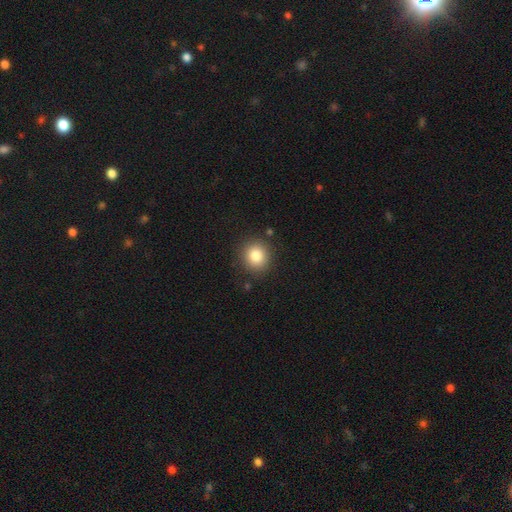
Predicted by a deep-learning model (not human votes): Q: Smooth or featured?
A: smooth (83%); runner-up: star or artifact (11%)
Q: How rounded?
A: round (89%); runner-up: in between (10%)
Q: Merging?
A: none (88%); runner-up: minor disturbance (8%)